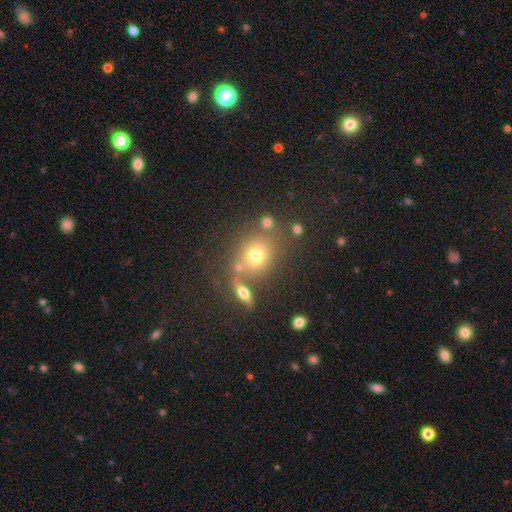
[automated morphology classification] type=smooth (67%); roundness=round (74%); merging=none (66%).